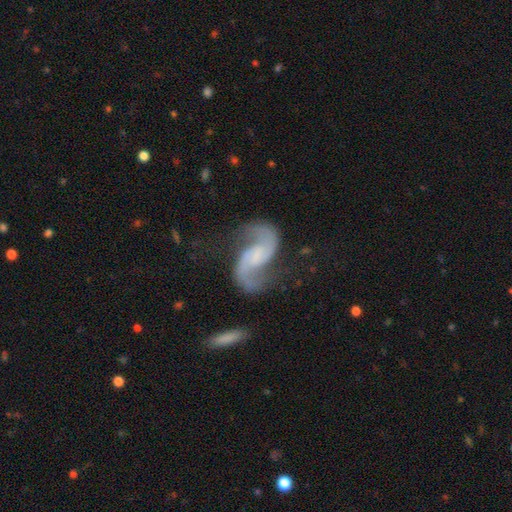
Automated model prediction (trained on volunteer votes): Smooth or featured: featured or disk — 90% (star or artifact — 5%)
Edge-on disk: no — 98% (yes — 2%)
Bar: no — 44% (weak — 42%)
Spiral arms: yes — 98% (no — 2%)
Spiral winding: loose — 53% (medium — 39%)
Spiral arm count: 2 — 94% (can't tell — 2%)
Bulge size: none — 42% (small — 33%)
Merging: none — 68% (minor disturbance — 17%)